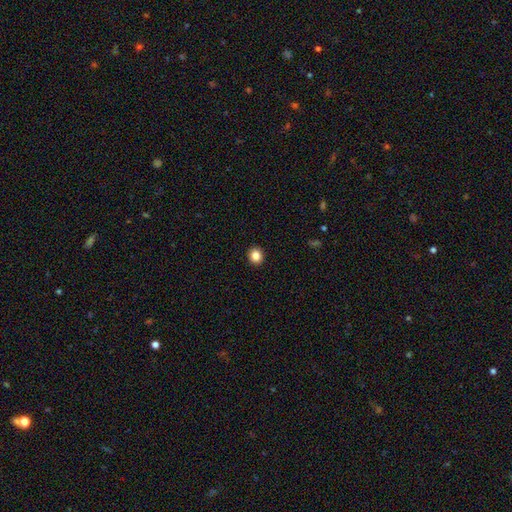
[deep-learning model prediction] Smooth or featured?
  - smooth: 85% *
  - star or artifact: 11%
  - featured or disk: 5%
How rounded?
  - round: 84% *
  - in between: 15%
  - cigar-shaped: 1%
Merging?
  - none: 93% *
  - minor disturbance: 5%
  - major disturbance: 1%
  - merger: 1%